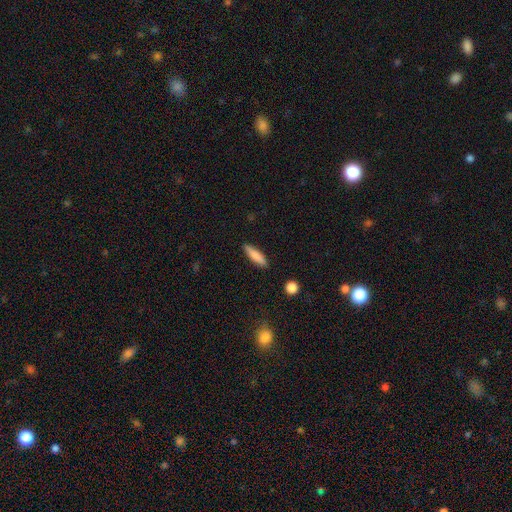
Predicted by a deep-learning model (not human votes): smooth-or-featured: smooth: 80% | featured or disk: 13% | star or artifact: 6%
  how-rounded: cigar-shaped: 75% | in between: 23% | round: 2%
  merging: none: 88% | minor disturbance: 8% | major disturbance: 2% | merger: 1%